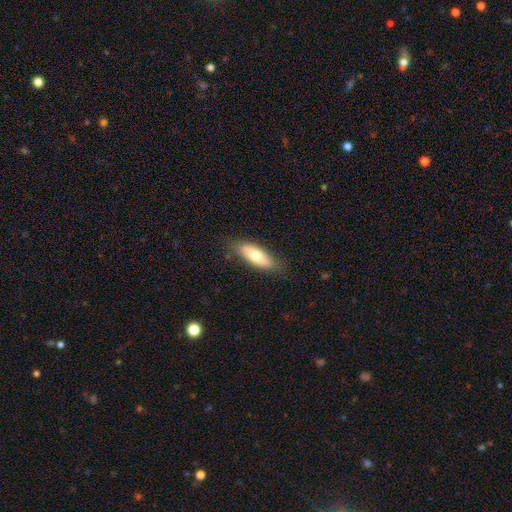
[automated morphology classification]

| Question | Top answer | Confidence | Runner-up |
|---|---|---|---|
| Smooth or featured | smooth | 70% | featured or disk (24%) |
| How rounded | in between | 71% | cigar-shaped (27%) |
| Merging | none | 81% | minor disturbance (15%) |